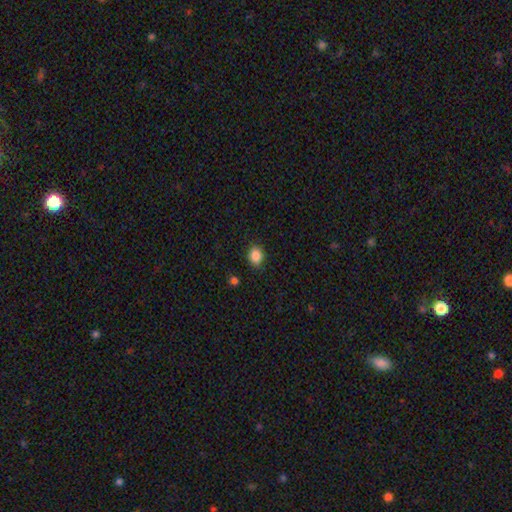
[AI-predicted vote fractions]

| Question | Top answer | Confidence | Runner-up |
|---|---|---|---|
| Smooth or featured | smooth | 87% | star or artifact (10%) |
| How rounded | round | 53% | in between (46%) |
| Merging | none | 85% | minor disturbance (11%) |